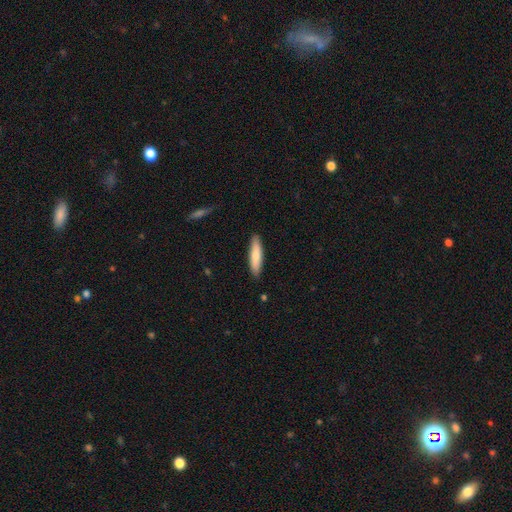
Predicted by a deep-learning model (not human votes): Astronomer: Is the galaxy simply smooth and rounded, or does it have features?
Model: smooth — 78%.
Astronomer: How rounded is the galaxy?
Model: cigar-shaped — 75%.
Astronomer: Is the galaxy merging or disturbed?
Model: none — 88%.